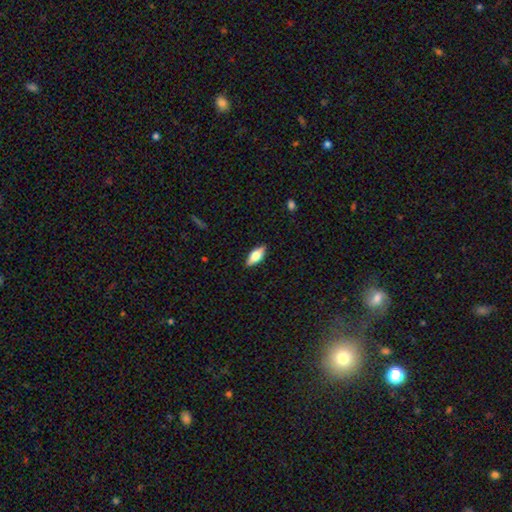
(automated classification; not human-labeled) Morphology: type=smooth (59%); roundness=in between (72%); merging=none (88%).